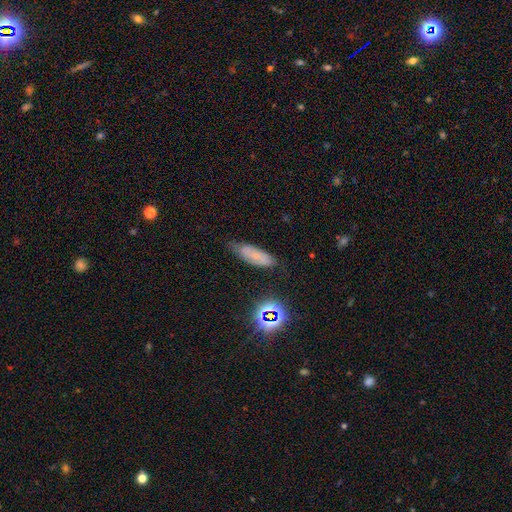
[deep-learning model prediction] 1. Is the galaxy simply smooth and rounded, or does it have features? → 54% smooth, 30% featured or disk, 15% star or artifact.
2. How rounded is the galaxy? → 67% in between, 30% cigar-shaped, 3% round.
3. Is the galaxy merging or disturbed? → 59% none, 31% minor disturbance, 7% major disturbance, 3% merger.